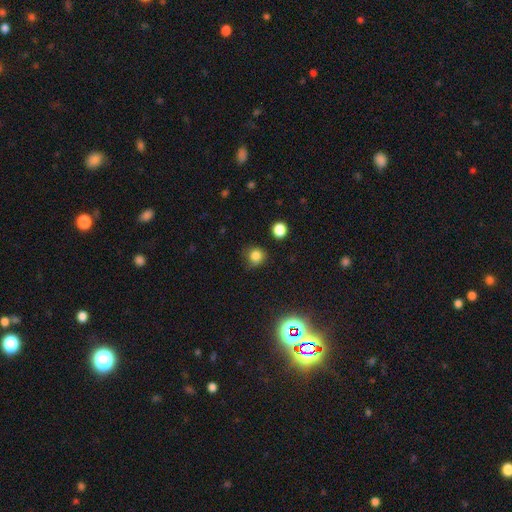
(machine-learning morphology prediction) Smooth or featured: smooth — 80% (star or artifact — 14%)
How rounded: round — 87% (in between — 12%)
Merging: none — 73% (minor disturbance — 20%)